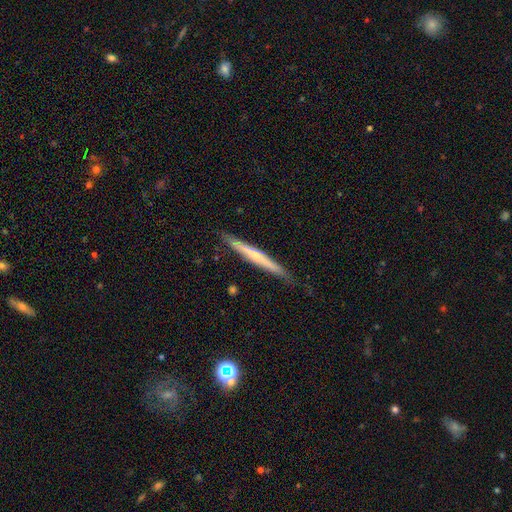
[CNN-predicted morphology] smooth_or_featured: featured or disk (p=0.60) [alt: smooth p=0.34]
disk_edge_on: yes (p=0.96) [alt: no p=0.04]
edge_on_bulge: rounded (p=0.53) [alt: none p=0.43]
merging: none (p=0.86) [alt: minor disturbance p=0.11]